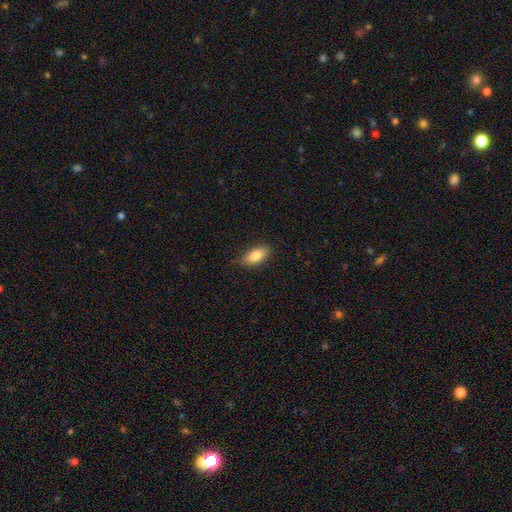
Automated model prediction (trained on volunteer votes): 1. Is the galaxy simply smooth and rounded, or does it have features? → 85% smooth, 8% featured or disk, 7% star or artifact.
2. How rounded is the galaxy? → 88% in between, 9% cigar-shaped, 3% round.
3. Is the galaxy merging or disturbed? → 86% none, 10% minor disturbance, 2% major disturbance, 1% merger.